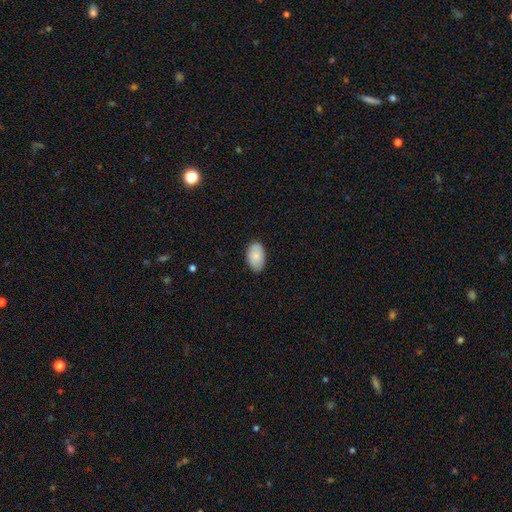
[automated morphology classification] Overall: smooth (84%). How rounded: in between (93%). Merging: none (85%).